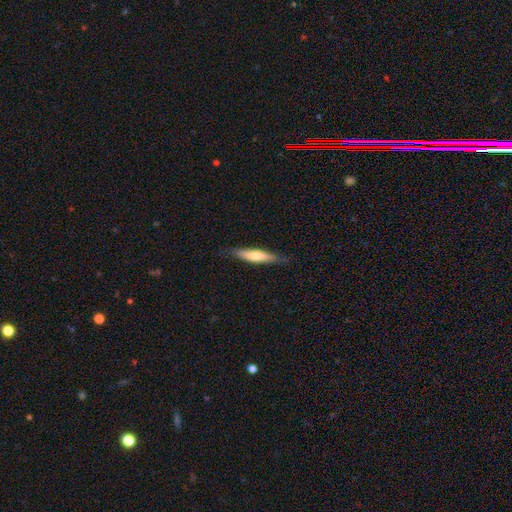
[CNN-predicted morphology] Overall: smooth (58%; featured or disk 37%). How rounded: cigar-shaped (82%). Merging: none (83%).